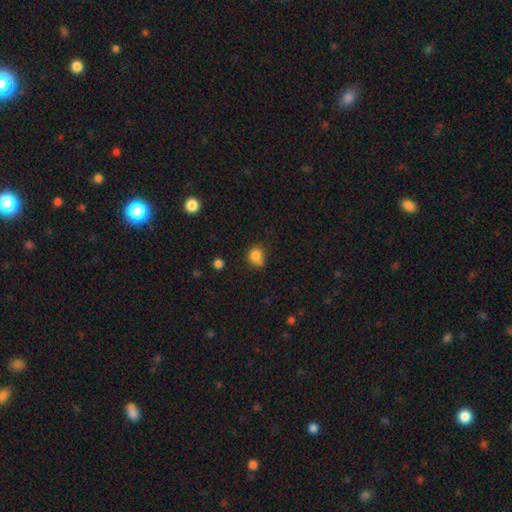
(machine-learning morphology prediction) Smooth or featured: smooth — 81% (star or artifact — 12%)
How rounded: round — 70% (in between — 29%)
Merging: none — 54% (minor disturbance — 25%)